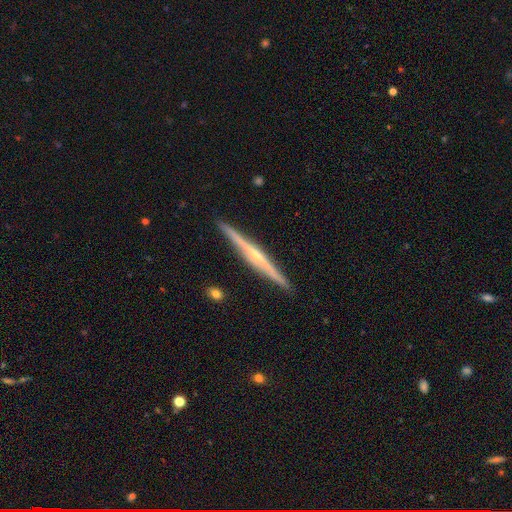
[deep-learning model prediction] A featured or disk galaxy (77%) viewed edge-on (98%) with a rounded central bulge (56%).

Vote fractions:
- Smooth or featured? featured or disk: 77% / smooth: 18% / star or artifact: 5%
- Edge-on disk? yes: 98% / no: 2%
- Edge-on bulge? rounded: 56% / none: 35% / boxy: 9%
- Merging? none: 91% / minor disturbance: 6% / major disturbance: 1% / merger: 1%